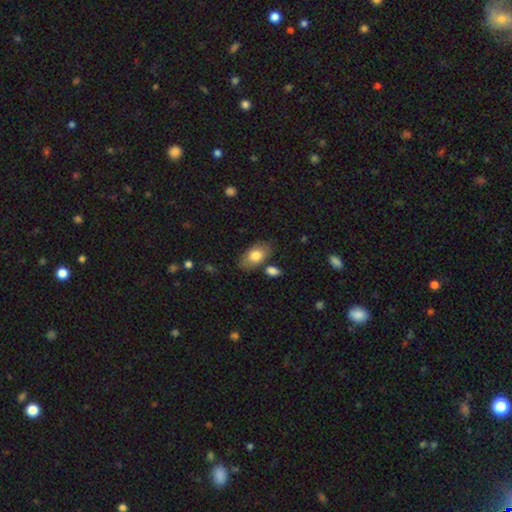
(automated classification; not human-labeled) Smooth or featured? Predicted: smooth (p=0.77). How rounded? Predicted: in between (p=0.91). Merging? Predicted: none (p=0.74).